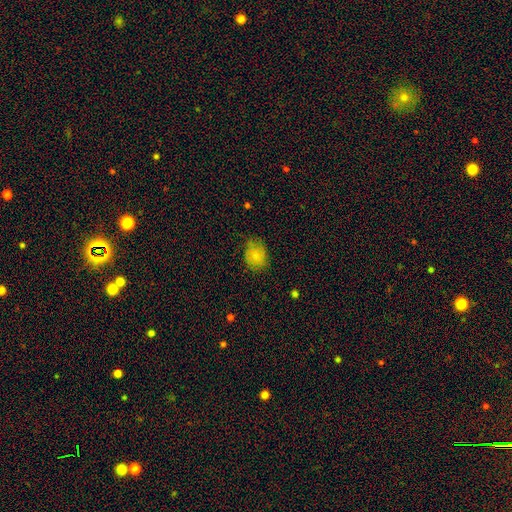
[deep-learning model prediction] Overall: smooth (80%). How rounded: in between (61%; round 38%). Merging: none (66%).